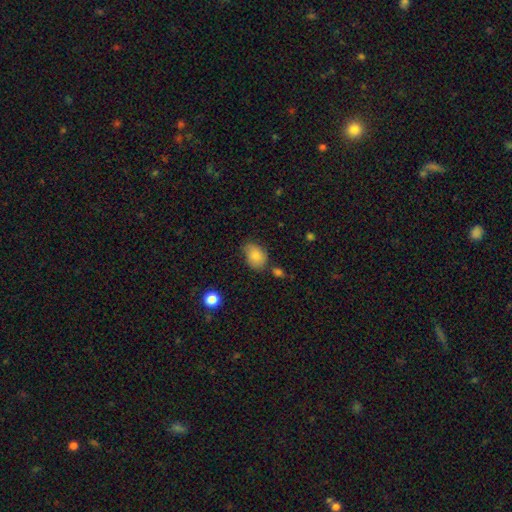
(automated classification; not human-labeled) Smooth or featured? smooth (82%)
How rounded? in between (74%)
Merging? none (65%)